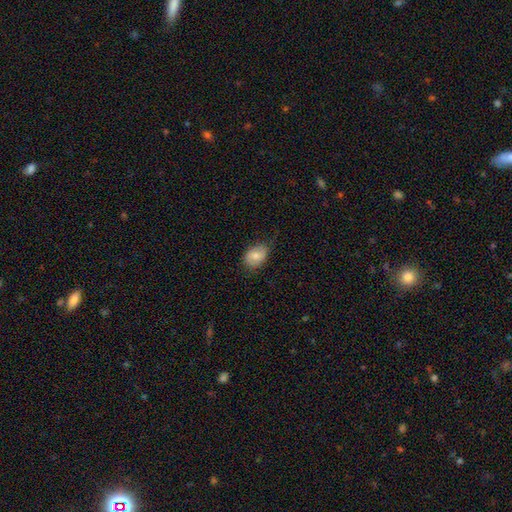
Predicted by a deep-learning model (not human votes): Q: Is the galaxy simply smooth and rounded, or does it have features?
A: smooth — 75%.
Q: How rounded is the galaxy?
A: in between — 80%.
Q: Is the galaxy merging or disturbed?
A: none — 73%.